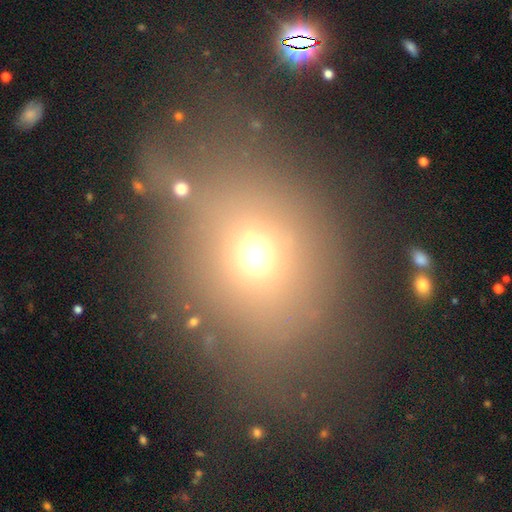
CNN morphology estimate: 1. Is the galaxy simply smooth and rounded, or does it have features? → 62% smooth, 21% star or artifact, 17% featured or disk.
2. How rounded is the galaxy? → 59% round, 39% in between, 2% cigar-shaped.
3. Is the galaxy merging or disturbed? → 54% none, 19% major disturbance, 17% minor disturbance, 10% merger.